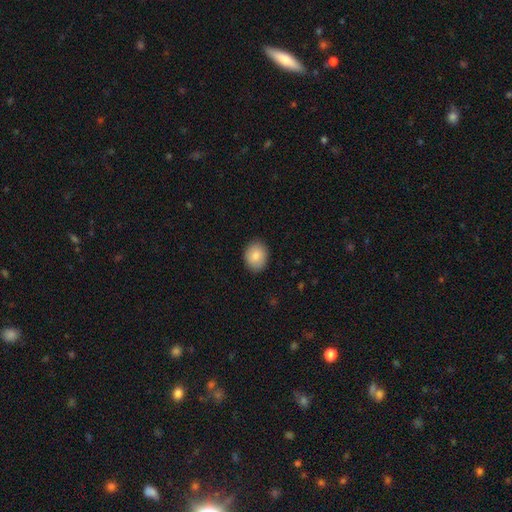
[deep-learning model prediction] smooth_or_featured: smooth (p=0.85) [alt: featured or disk p=0.08]
how_rounded: in between (p=0.53) [alt: round p=0.46]
merging: none (p=0.88) [alt: minor disturbance p=0.09]